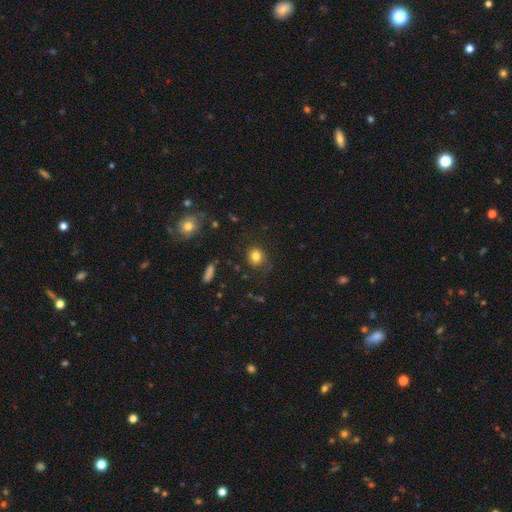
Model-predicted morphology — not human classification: Overall: smooth (80%). How rounded: round (79%). Merging: none (75%).